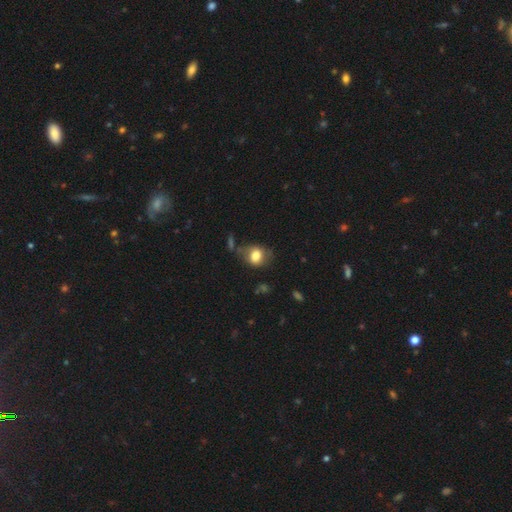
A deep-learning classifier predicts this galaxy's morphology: smooth 76%, featured or disk 15%, star or artifact 9%. Down the decision tree: how rounded — round (51%); merging — none (62%).